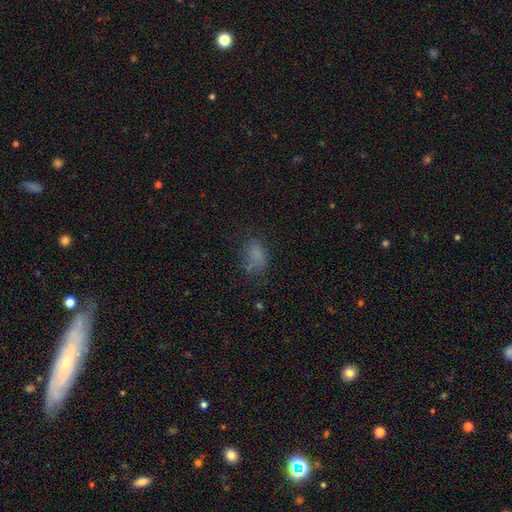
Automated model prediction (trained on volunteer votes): smooth_or_featured: smooth (p=0.73) [alt: star or artifact p=0.16]
how_rounded: in between (p=0.83) [alt: round p=0.15]
merging: none (p=0.57) [alt: minor disturbance p=0.24]